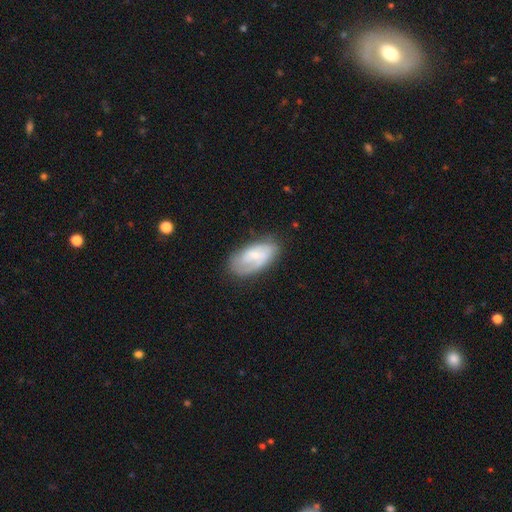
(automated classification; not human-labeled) This is possibly a featured or disk galaxy (50%). It is clearly not viewed edge-on (93%). Merging: likely none (66%).